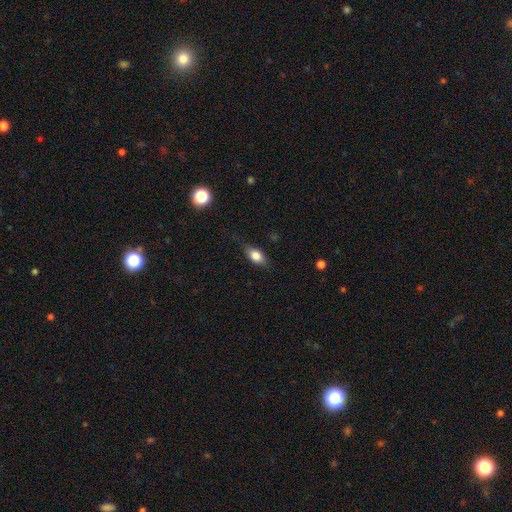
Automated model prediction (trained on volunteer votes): This is likely a smooth galaxy (73%). How rounded: likely in between (80%). Merging: likely none (74%).